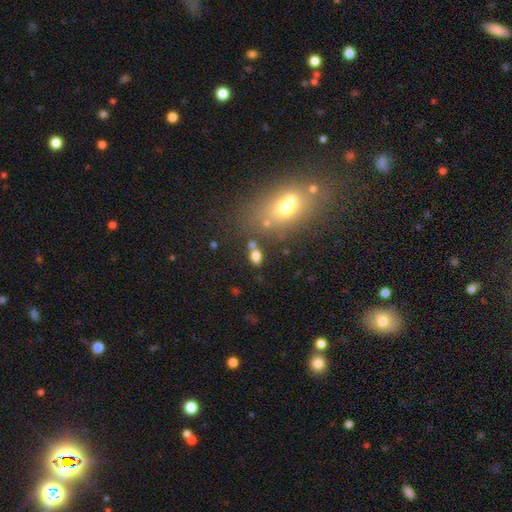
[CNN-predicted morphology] Q: Smooth or featured?
A: smooth (74%); runner-up: star or artifact (14%)
Q: How rounded?
A: in between (82%); runner-up: round (15%)
Q: Merging?
A: none (63%); runner-up: merger (18%)